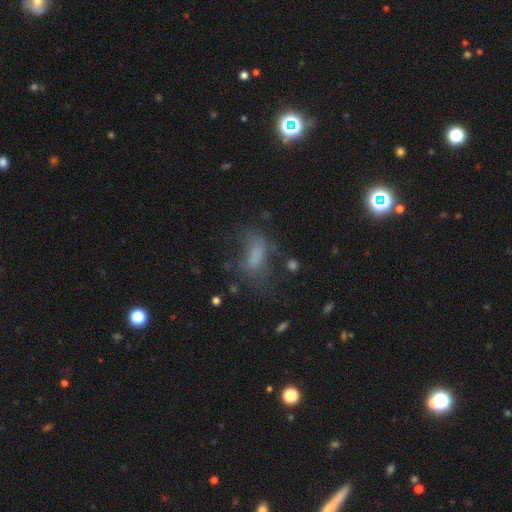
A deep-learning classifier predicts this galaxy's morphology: Q: Smooth or featured?
A: smooth (56%); runner-up: featured or disk (27%)
Q: How rounded?
A: in between (78%); runner-up: cigar-shaped (15%)
Q: Merging?
A: none (43%); runner-up: major disturbance (30%)